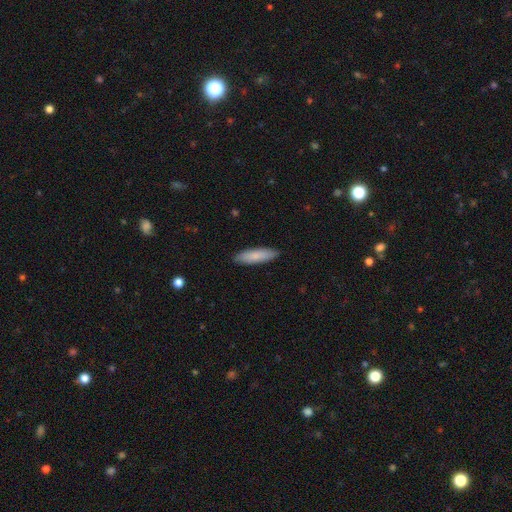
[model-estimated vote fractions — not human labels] Overall: smooth (83%). How rounded: cigar-shaped (65%; in between 33%). Merging: none (89%).